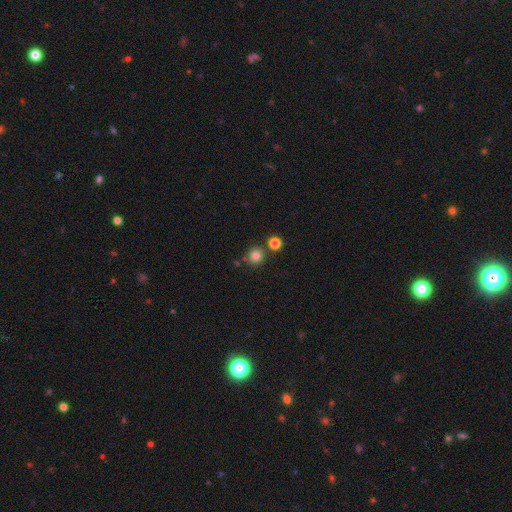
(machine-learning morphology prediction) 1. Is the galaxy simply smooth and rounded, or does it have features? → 82% smooth, 13% star or artifact, 5% featured or disk.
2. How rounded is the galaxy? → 90% round, 9% in between, 1% cigar-shaped.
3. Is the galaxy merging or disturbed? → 78% none, 10% merger, 8% minor disturbance, 3% major disturbance.